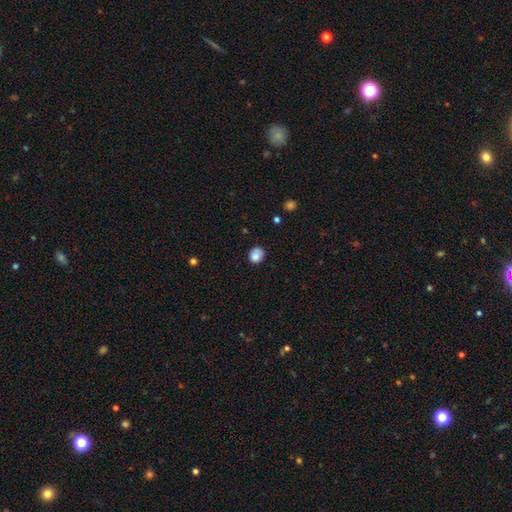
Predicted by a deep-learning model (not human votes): Morphology: type=smooth (83%); roundness=round (70%); merging=none (69%).